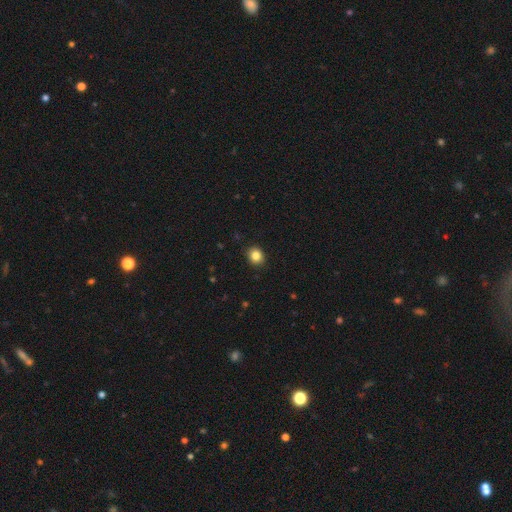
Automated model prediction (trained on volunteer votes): Smooth or featured: smooth — 85% (star or artifact — 10%)
How rounded: round — 70% (in between — 30%)
Merging: none — 91% (minor disturbance — 7%)